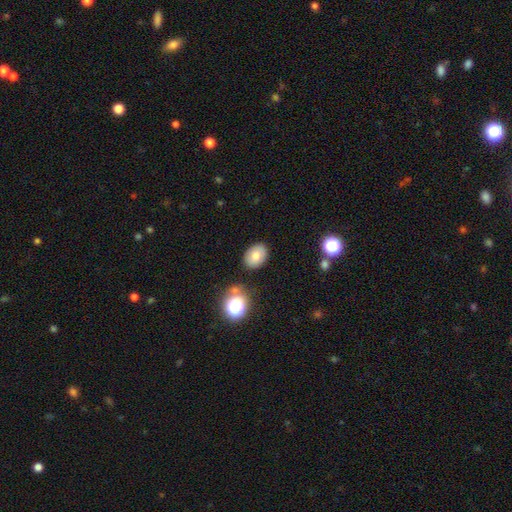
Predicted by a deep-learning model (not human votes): Morphology: type=smooth (77%); roundness=in between (73%); merging=none (82%).